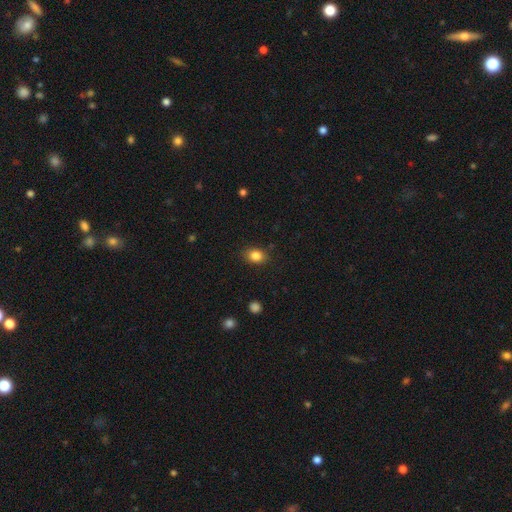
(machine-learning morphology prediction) A smooth galaxy with no disk features (85%) that is in between round and cigar-shaped (62%).

Vote fractions:
- Smooth or featured? smooth: 85% / star or artifact: 10% / featured or disk: 5%
- How rounded? in between: 62% / round: 37% / cigar-shaped: 1%
- Merging? none: 84% / minor disturbance: 11% / major disturbance: 3% / merger: 1%